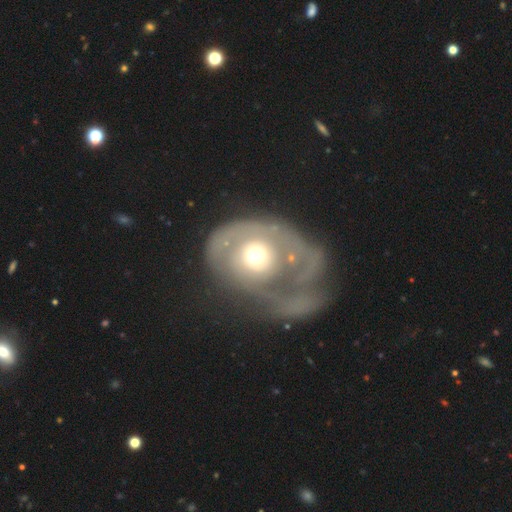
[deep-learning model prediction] This is likely a featured or disk galaxy (64%). It is clearly not viewed edge-on (96%). Bar: clearly no (85%). Spiral arm pattern: possibly no (50%, tied with yes). Central bulge: likely moderate (64%). Merging: possibly major disturbance (50%).